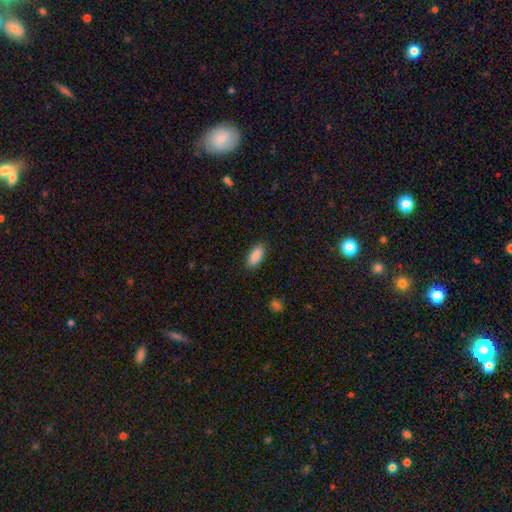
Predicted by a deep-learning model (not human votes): Smooth or featured?
  - smooth: 90% *
  - star or artifact: 6%
  - featured or disk: 4%
How rounded?
  - in between: 89% *
  - cigar-shaped: 9%
  - round: 2%
Merging?
  - none: 88% *
  - minor disturbance: 8%
  - major disturbance: 2%
  - merger: 1%